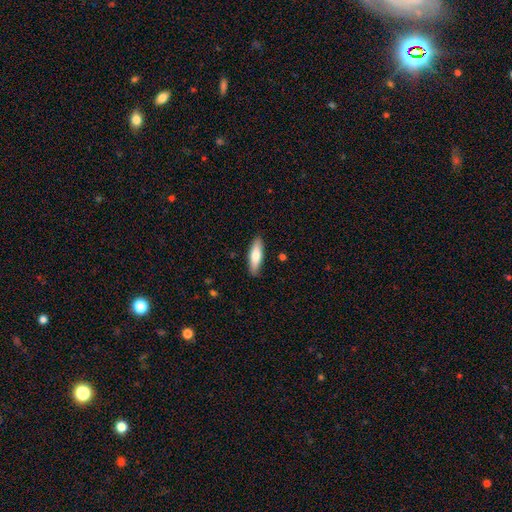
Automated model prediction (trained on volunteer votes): smooth_or_featured: smooth (p=0.71) [alt: featured or disk p=0.23]
how_rounded: cigar-shaped (p=0.51) [alt: in between p=0.47]
merging: none (p=0.87) [alt: minor disturbance p=0.10]